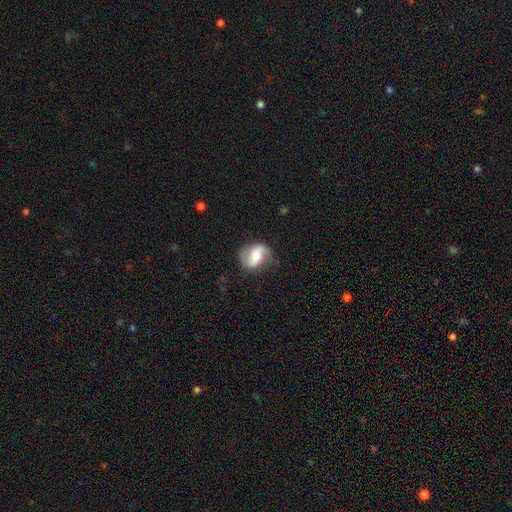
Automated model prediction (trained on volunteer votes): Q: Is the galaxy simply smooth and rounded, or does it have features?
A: featured or disk — 62%.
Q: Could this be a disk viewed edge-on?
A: no — 97%.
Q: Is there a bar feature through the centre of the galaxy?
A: weak — 39%.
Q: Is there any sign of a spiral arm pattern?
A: yes — 89%.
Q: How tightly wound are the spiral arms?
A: loose — 44%.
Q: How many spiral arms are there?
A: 2 — 87%.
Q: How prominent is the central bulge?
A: moderate — 47%.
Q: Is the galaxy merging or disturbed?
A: none — 68%.